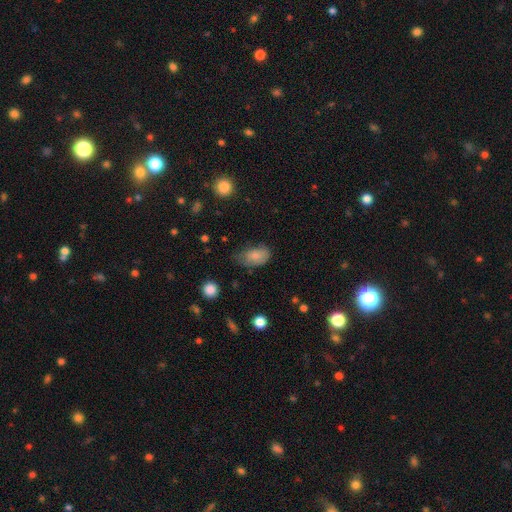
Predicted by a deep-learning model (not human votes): This appears to be a smooth galaxy with no disk features (81%) that is in between round and cigar-shaped (90%). Merging: none (43%).